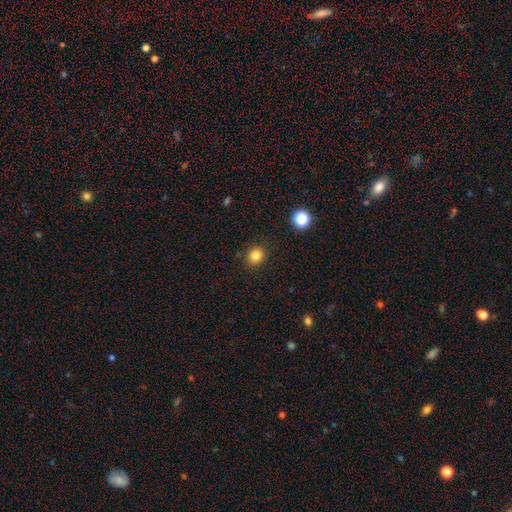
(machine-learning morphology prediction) smooth-or-featured: smooth: 82% | star or artifact: 13% | featured or disk: 5%
  how-rounded: round: 83% | in between: 16% | cigar-shaped: 1%
  merging: none: 90% | minor disturbance: 7% | major disturbance: 2% | merger: 1%